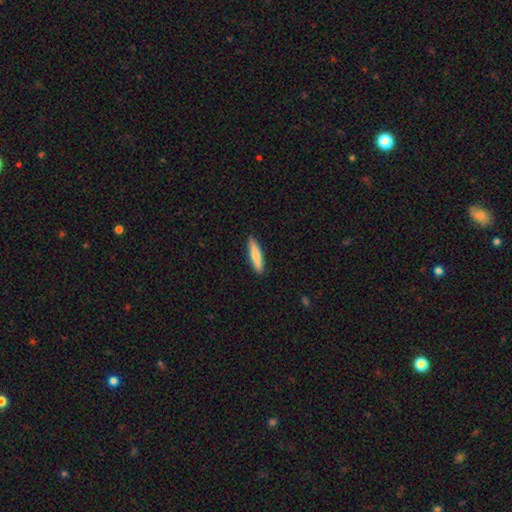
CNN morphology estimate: smooth-or-featured: smooth: 78% | featured or disk: 17% | star or artifact: 5%
  how-rounded: cigar-shaped: 80% | in between: 18% | round: 1%
  merging: none: 90% | minor disturbance: 8% | major disturbance: 2% | merger: 1%